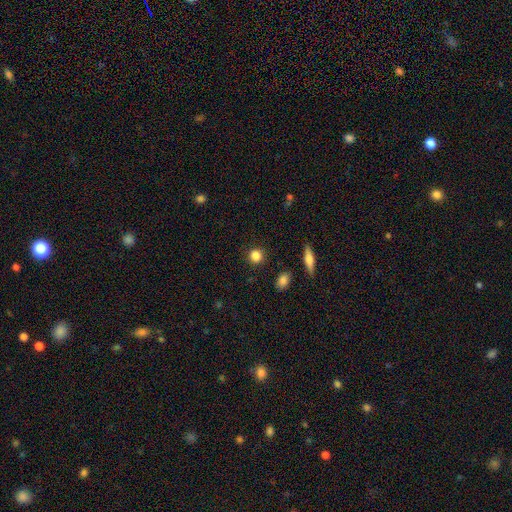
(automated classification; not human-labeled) Q: Smooth or featured?
A: smooth (86%); runner-up: star or artifact (10%)
Q: How rounded?
A: round (92%); runner-up: in between (7%)
Q: Merging?
A: none (91%); runner-up: minor disturbance (5%)